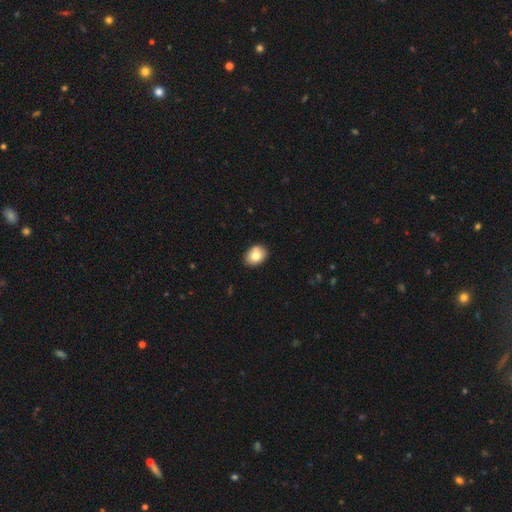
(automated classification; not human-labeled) Overall: smooth (79%). How rounded: in between (68%; round 31%). Merging: none (83%).